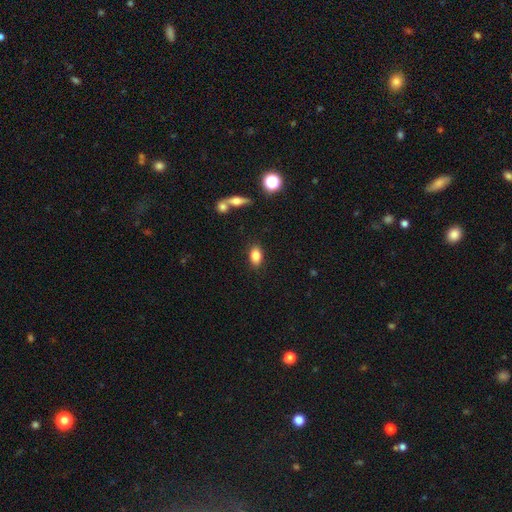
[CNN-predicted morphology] A smooth galaxy with no disk features (83%) that is in between round and cigar-shaped (84%). Merging: none (85%).